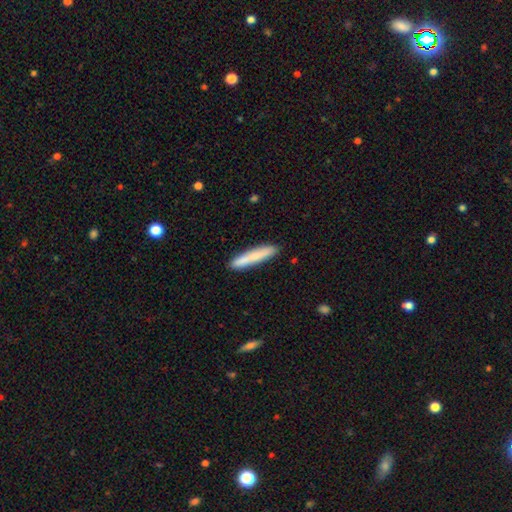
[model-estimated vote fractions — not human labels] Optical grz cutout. It shows a smooth galaxy with no disk features (79%) that is cigar-shaped (92%). Merging: none (87%).